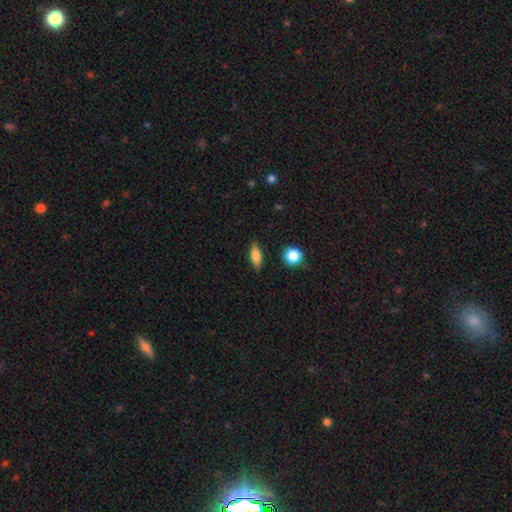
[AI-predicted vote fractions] Q: Smooth or featured?
A: smooth (71%); runner-up: featured or disk (21%)
Q: How rounded?
A: in between (63%); runner-up: cigar-shaped (30%)
Q: Merging?
A: none (84%); runner-up: minor disturbance (12%)